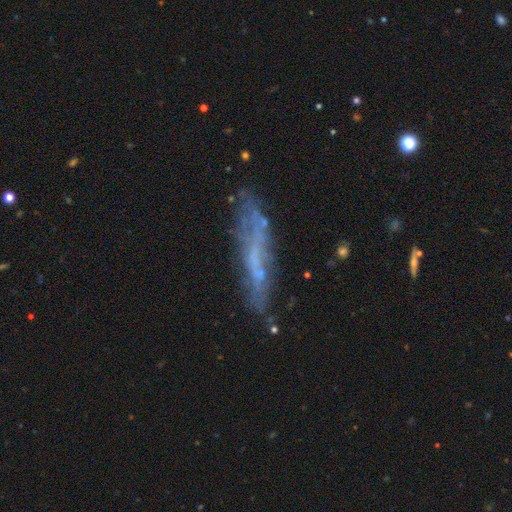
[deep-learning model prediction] Morphology: type=featured or disk (54%); edge-on=yes (52%); merging=none (61%).